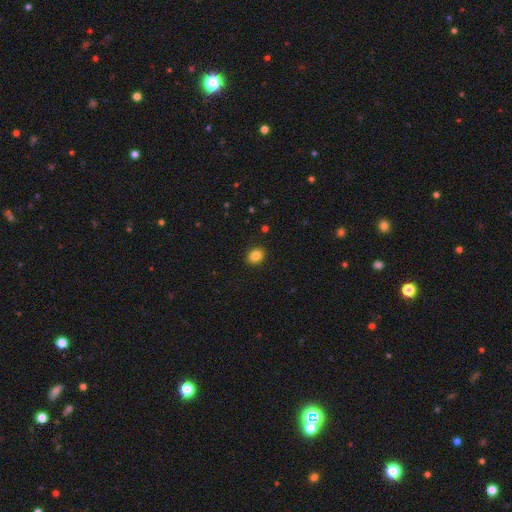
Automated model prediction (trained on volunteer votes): smooth-or-featured: smooth: 85% | star or artifact: 10% | featured or disk: 5%
  how-rounded: in between: 56% | round: 43% | cigar-shaped: 1%
  merging: none: 91% | minor disturbance: 6% | major disturbance: 2% | merger: 1%